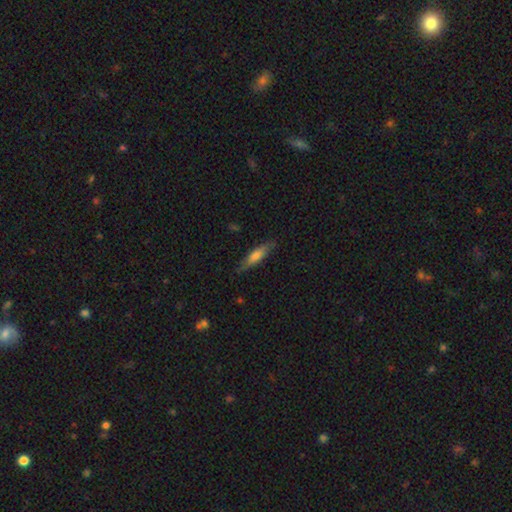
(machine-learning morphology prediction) Overall: smooth (63%; featured or disk 31%). How rounded: cigar-shaped (76%). Merging: none (82%).